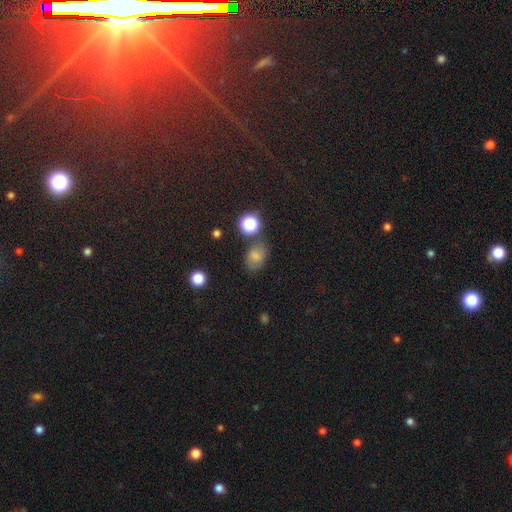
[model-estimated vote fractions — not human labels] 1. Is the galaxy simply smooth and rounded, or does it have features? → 63% smooth, 20% featured or disk, 17% star or artifact.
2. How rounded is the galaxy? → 69% in between, 29% round, 2% cigar-shaped.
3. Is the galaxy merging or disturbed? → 65% none, 20% minor disturbance, 7% major disturbance, 7% merger.